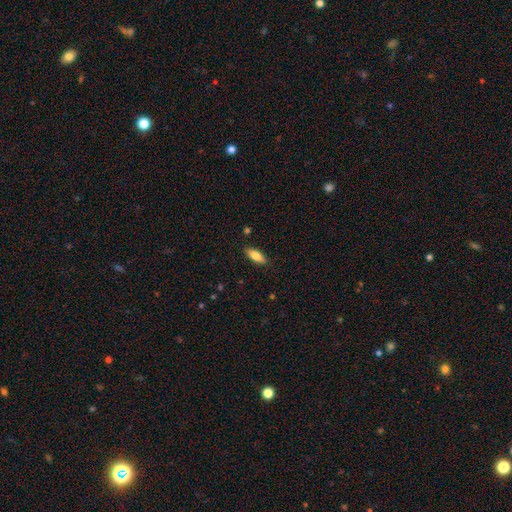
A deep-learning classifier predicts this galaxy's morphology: Q: Smooth or featured?
A: smooth (77%); runner-up: featured or disk (16%)
Q: How rounded?
A: in between (70%); runner-up: cigar-shaped (28%)
Q: Merging?
A: none (87%); runner-up: minor disturbance (10%)